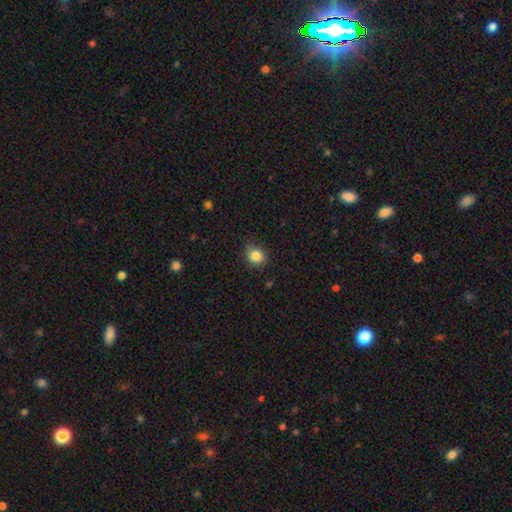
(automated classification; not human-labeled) Smooth or featured? Predicted: smooth (p=0.84). How rounded? Predicted: round (p=0.78). Merging? Predicted: none (p=0.81).